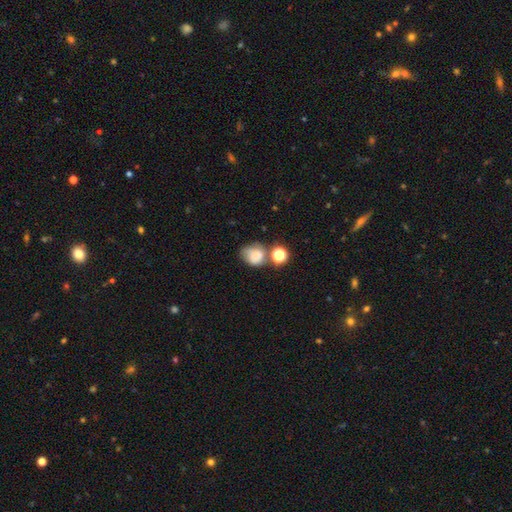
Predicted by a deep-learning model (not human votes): Overall: smooth (75%). How rounded: round (61%; in between 38%). Merging: none (39%; minor disturbance 23%).